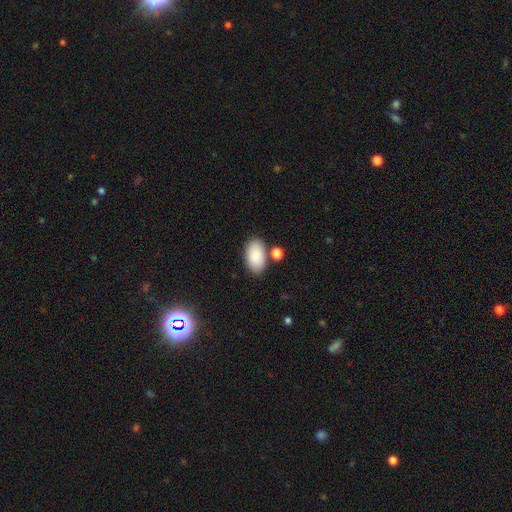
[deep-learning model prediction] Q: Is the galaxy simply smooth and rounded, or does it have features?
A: smooth — 89%.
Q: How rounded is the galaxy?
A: in between — 95%.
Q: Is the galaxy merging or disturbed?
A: none — 75%.